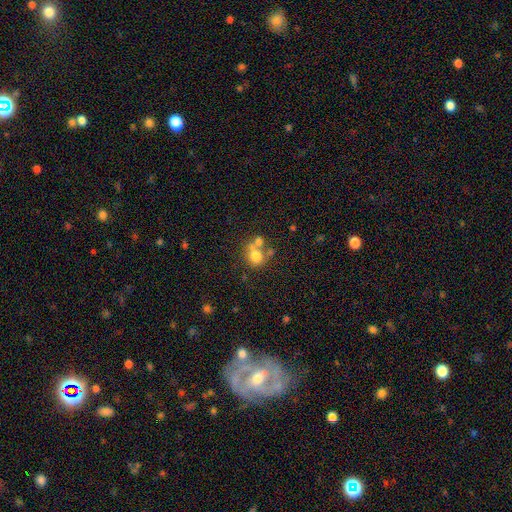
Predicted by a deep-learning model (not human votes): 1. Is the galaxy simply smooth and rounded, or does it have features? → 69% smooth, 18% featured or disk, 13% star or artifact.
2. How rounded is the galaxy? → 77% round, 22% in between, 1% cigar-shaped.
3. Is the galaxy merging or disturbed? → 43% none, 42% merger, 10% minor disturbance, 6% major disturbance.